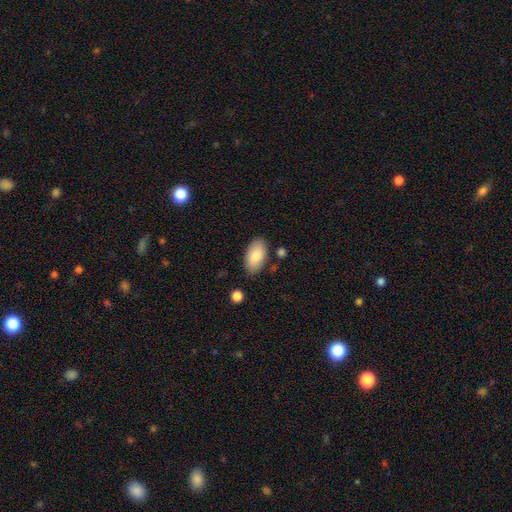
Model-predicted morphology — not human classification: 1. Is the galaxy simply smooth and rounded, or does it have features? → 84% smooth, 10% featured or disk, 6% star or artifact.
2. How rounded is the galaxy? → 95% in between, 3% round, 2% cigar-shaped.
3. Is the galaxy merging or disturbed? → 83% none, 12% minor disturbance, 3% merger, 3% major disturbance.